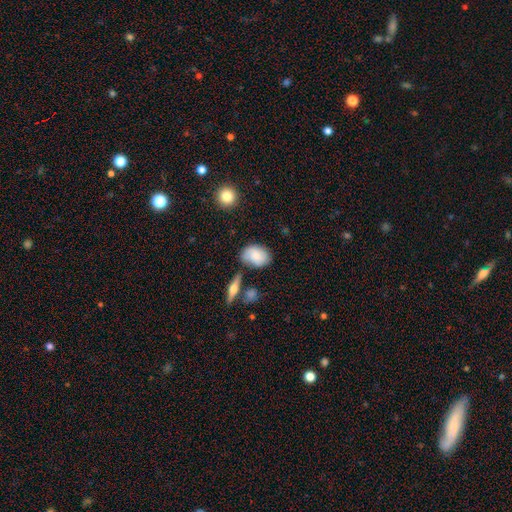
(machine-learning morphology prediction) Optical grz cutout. It shows a smooth galaxy with no disk features (70%) that is in between round and cigar-shaped (80%). Merging: none (63%).